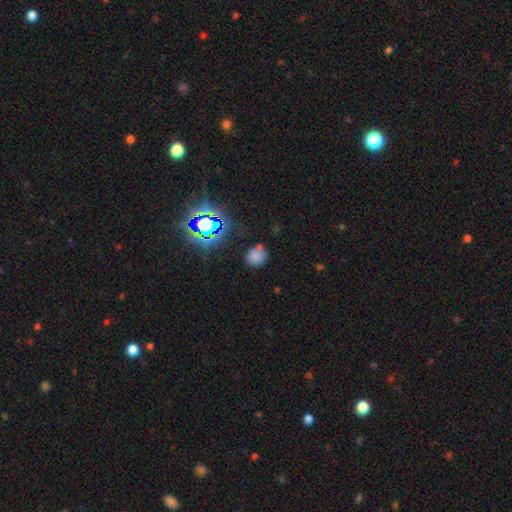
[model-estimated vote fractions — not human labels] smooth_or_featured: smooth (p=0.70) [alt: star or artifact p=0.22]
how_rounded: round (p=0.75) [alt: in between p=0.24]
merging: none (p=0.72) [alt: minor disturbance p=0.16]